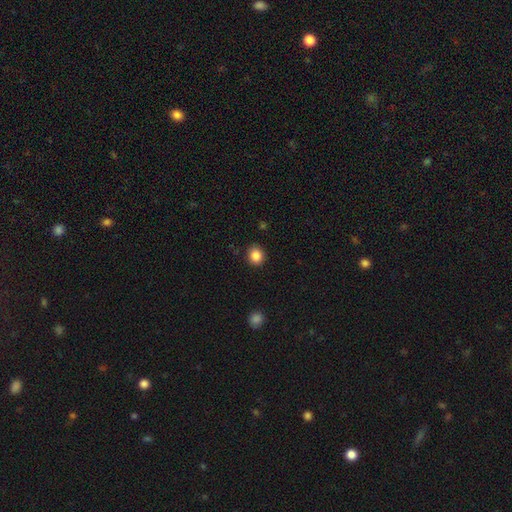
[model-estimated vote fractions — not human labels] Smooth or featured?
  - smooth: 85% *
  - star or artifact: 10%
  - featured or disk: 4%
How rounded?
  - round: 81% *
  - in between: 18%
  - cigar-shaped: 1%
Merging?
  - none: 89% *
  - minor disturbance: 7%
  - major disturbance: 2%
  - merger: 1%